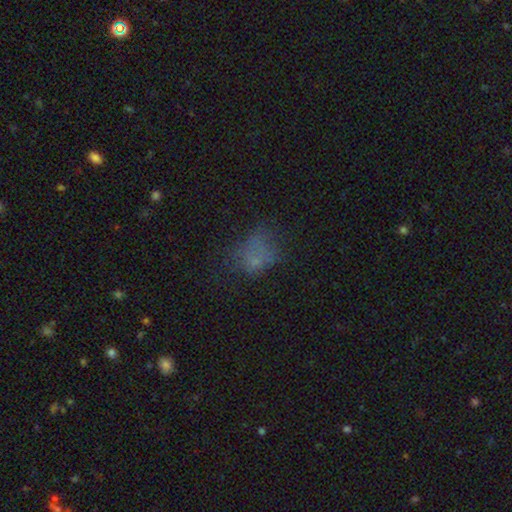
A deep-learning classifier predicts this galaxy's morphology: smooth 58%, star or artifact 23%, featured or disk 19%. Down the decision tree: how rounded — in between (63%); merging — none (43%).